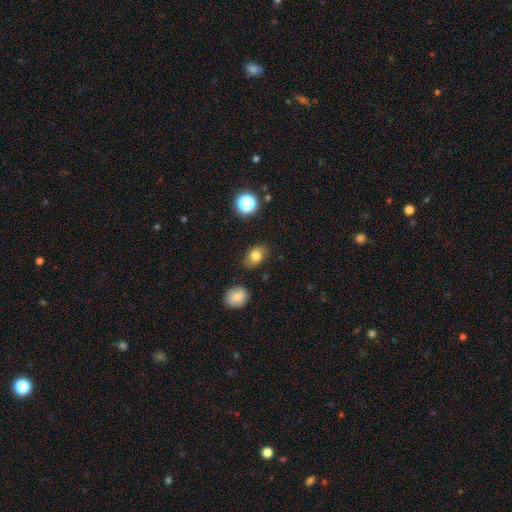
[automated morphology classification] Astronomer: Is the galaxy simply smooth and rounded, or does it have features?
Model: smooth — 79%.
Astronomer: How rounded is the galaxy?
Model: in between — 71%.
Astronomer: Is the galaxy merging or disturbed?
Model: none — 79%.